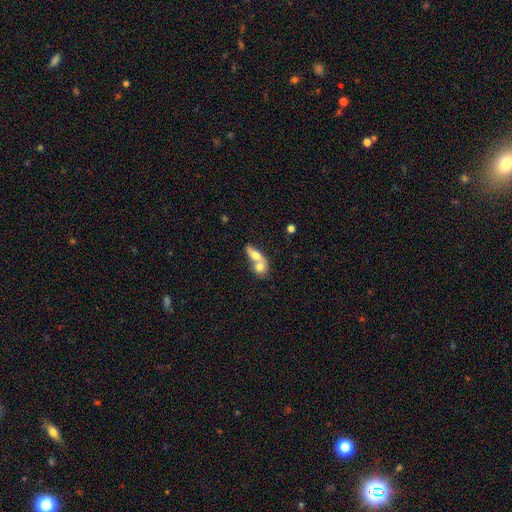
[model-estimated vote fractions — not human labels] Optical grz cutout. It shows a smooth galaxy with no disk features (61%) that is in between round and cigar-shaped (63%). Merging: merger (78%).